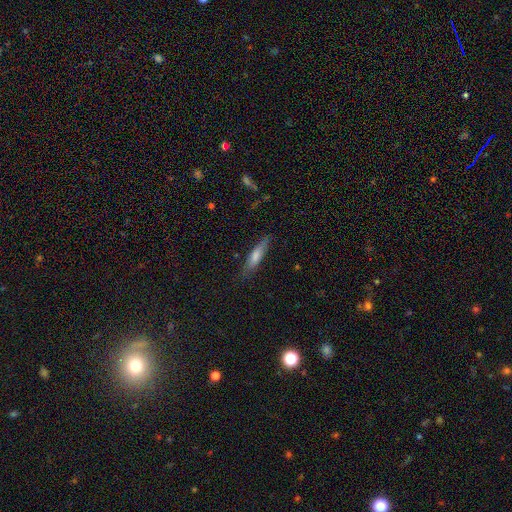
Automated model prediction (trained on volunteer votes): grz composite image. It shows a smooth galaxy with no disk features (52%) that is cigar-shaped (84%). Merging: none (81%).